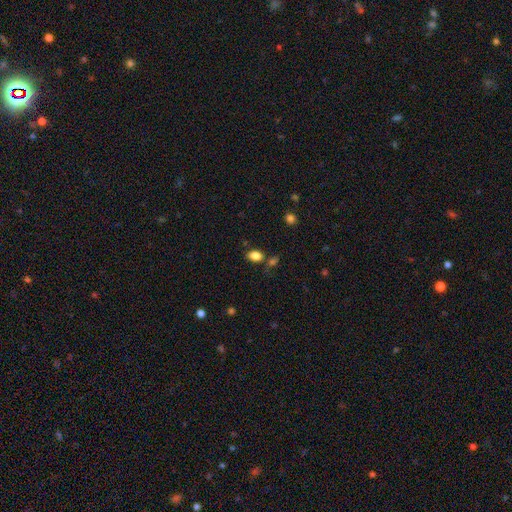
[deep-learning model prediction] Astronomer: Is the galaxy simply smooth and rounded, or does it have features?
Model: smooth — 84%.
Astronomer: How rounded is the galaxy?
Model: in between — 86%.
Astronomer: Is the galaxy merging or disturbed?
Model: none — 72%.